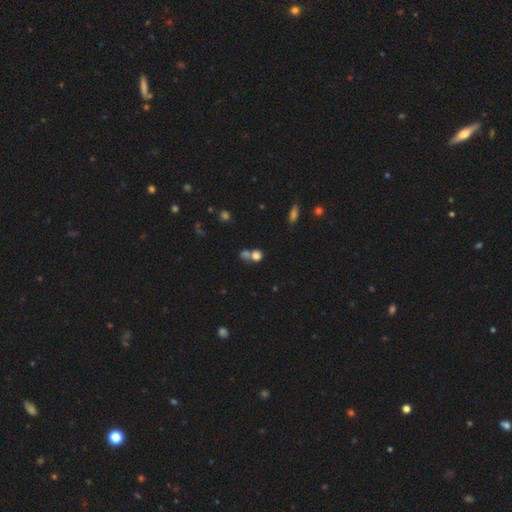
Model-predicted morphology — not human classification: This appears to be a smooth galaxy with no disk features (75%) that is round (78%). Merging: merger (49%).